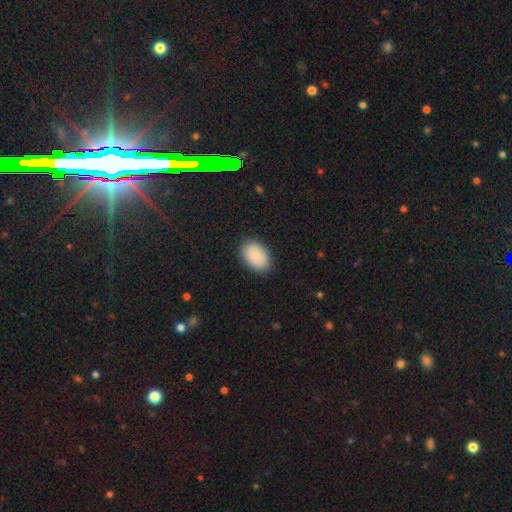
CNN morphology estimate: Overall: smooth (89%). How rounded: in between (88%). Merging: none (88%).